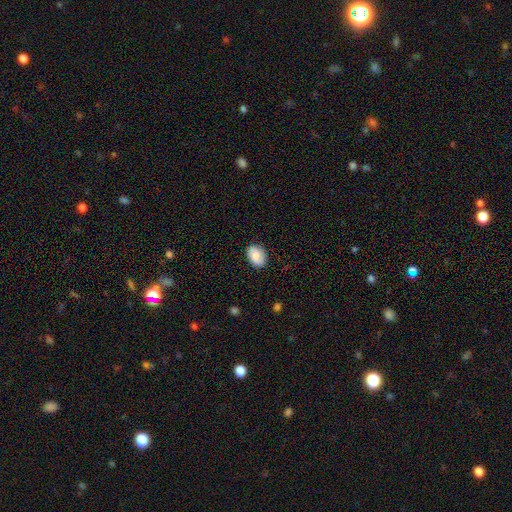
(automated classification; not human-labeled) Smooth or featured? smooth (71%)
How rounded? in between (79%)
Merging? none (83%)